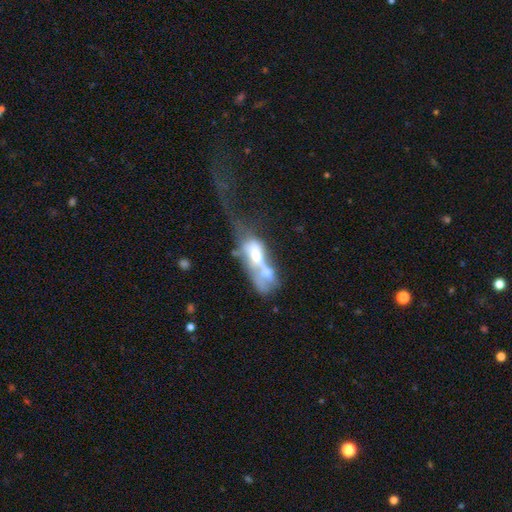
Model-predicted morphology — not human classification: Smooth or featured? featured or disk (55%)
Edge-on disk? no (80%)
Merging? merger (59%)